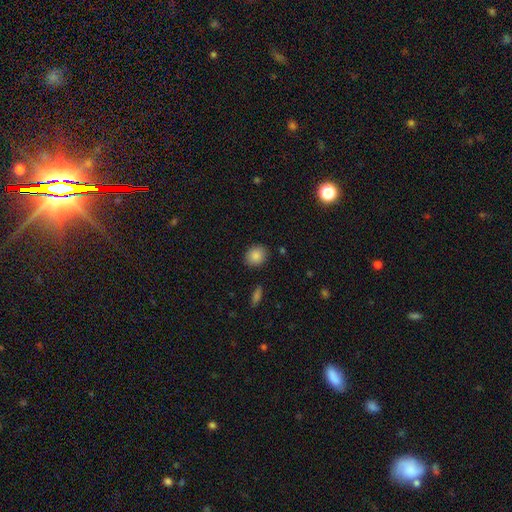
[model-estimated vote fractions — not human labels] Smooth or featured? Predicted: smooth (p=0.86). How rounded? Predicted: round (p=0.61). Merging? Predicted: none (p=0.87).